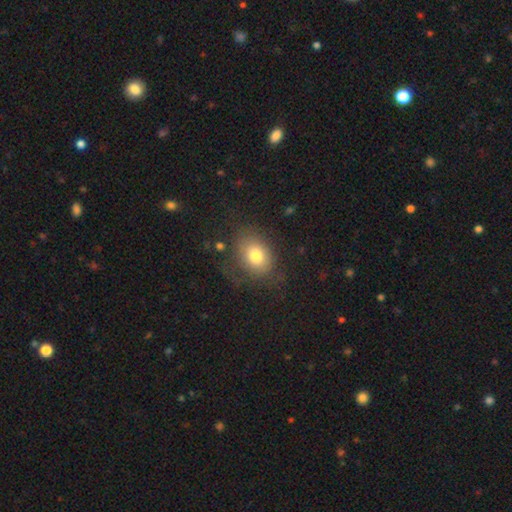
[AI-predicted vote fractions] The model was most divided on "how rounded": in between: 58%, round: 41%, cigar-shaped: 1%. More confident: smooth or featured — smooth (75%); merging — none (63%).